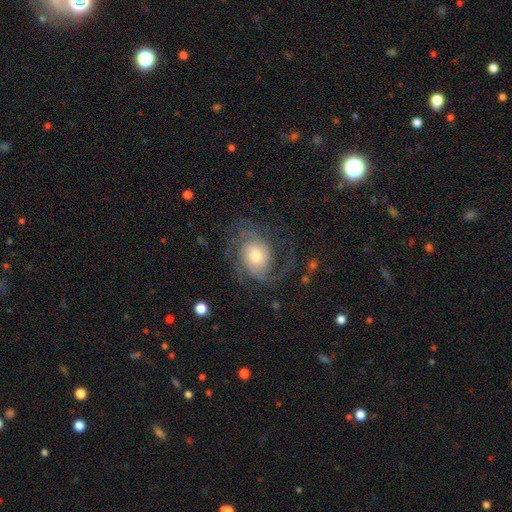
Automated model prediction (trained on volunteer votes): Overall: featured or disk (83%). Edge-on disk: no (97%). Bar: no (70%). Spiral arms: yes (95%). Spiral arm count: 2 (35%; can't tell 23%). Spiral winding: medium (42%; tight 38%). Bulge size: moderate (56%; small 24%). Merging: none (65%).